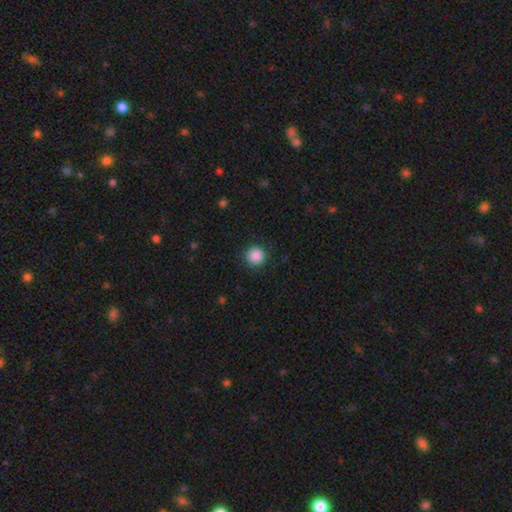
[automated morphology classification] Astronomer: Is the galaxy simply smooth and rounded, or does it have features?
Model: smooth — 88%.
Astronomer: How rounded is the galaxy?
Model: round — 95%.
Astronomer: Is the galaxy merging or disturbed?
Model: none — 91%.